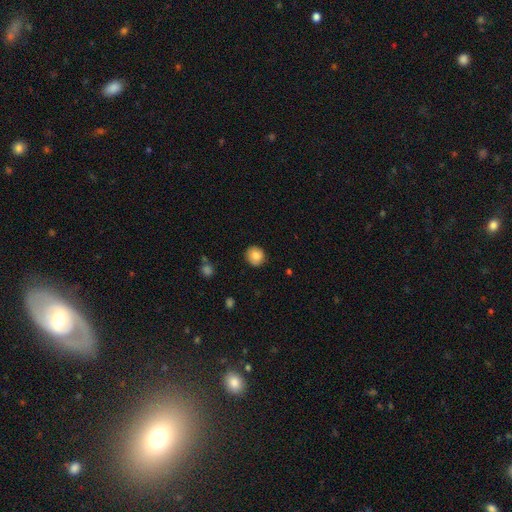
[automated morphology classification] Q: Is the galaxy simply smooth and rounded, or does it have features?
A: smooth — 85%.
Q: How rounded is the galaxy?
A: round — 91%.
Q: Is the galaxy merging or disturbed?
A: none — 89%.